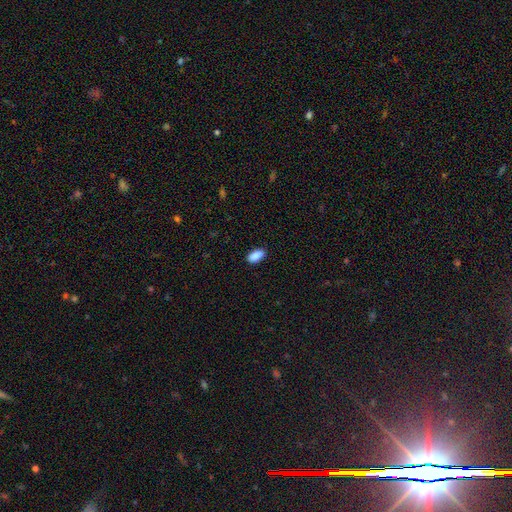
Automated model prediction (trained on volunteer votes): This is clearly a smooth galaxy (90%). How rounded: clearly in between (91%). Merging: clearly none (88%).